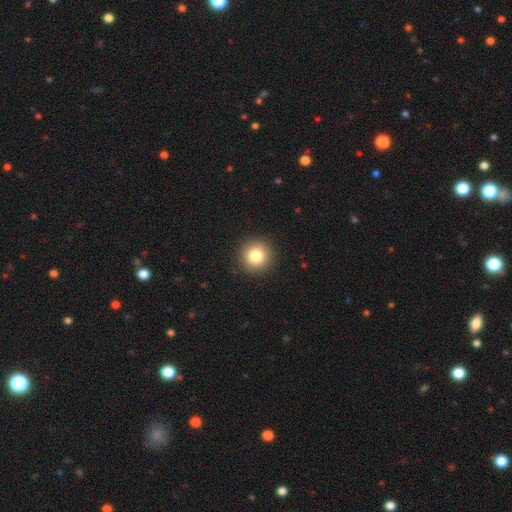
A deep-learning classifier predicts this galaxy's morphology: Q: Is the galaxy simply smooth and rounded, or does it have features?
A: smooth — 83%.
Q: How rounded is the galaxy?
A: round — 95%.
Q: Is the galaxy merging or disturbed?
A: none — 91%.